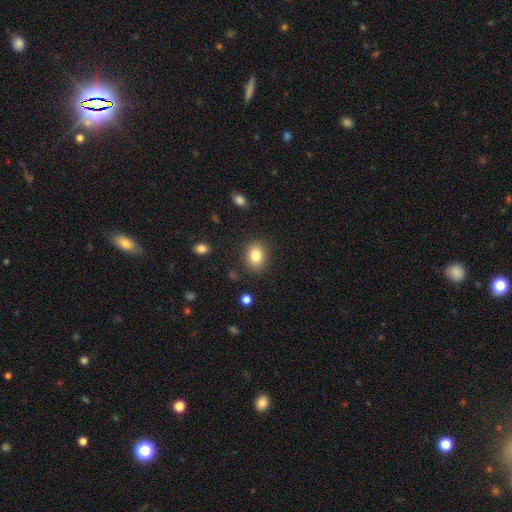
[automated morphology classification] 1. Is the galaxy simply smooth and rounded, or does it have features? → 82% smooth, 10% star or artifact, 8% featured or disk.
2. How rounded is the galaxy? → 51% in between, 48% round, 1% cigar-shaped.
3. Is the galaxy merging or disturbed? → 86% none, 9% minor disturbance, 3% major disturbance, 2% merger.